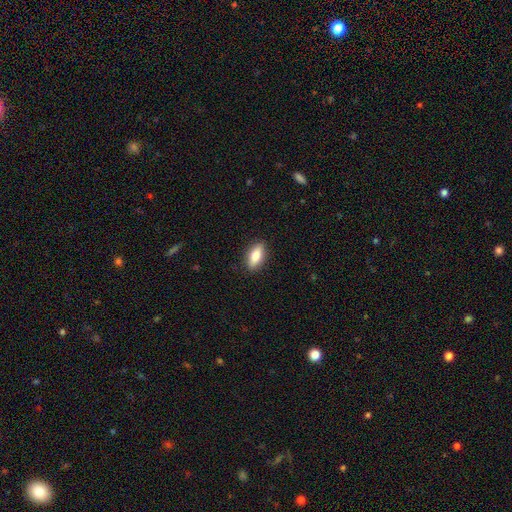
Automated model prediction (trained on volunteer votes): Smooth or featured?
  - smooth: 77% *
  - featured or disk: 16%
  - star or artifact: 7%
How rounded?
  - in between: 80% *
  - cigar-shaped: 17%
  - round: 3%
Merging?
  - none: 88% *
  - minor disturbance: 9%
  - major disturbance: 2%
  - merger: 1%